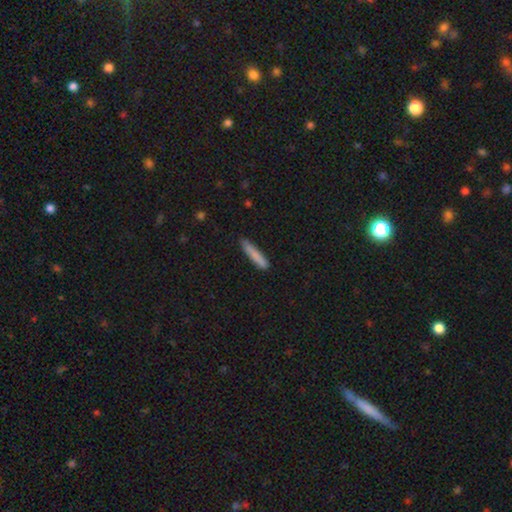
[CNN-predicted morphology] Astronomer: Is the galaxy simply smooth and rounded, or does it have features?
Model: smooth — 82%.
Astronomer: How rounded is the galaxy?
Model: cigar-shaped — 92%.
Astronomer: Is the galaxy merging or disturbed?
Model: none — 82%.